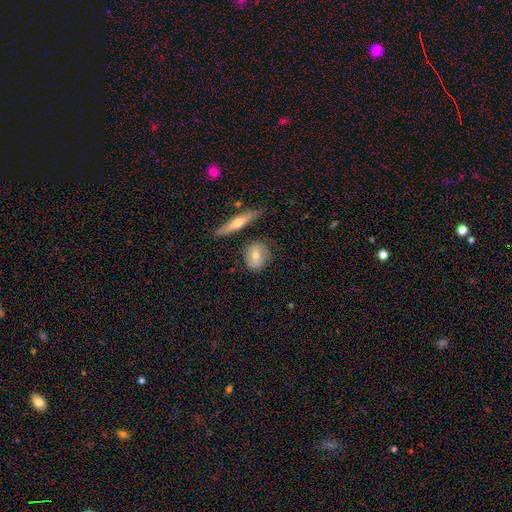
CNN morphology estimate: The model was most divided on "smooth or featured": smooth: 50%, featured or disk: 43%, star or artifact: 8%. More confident: merging — none (75%).